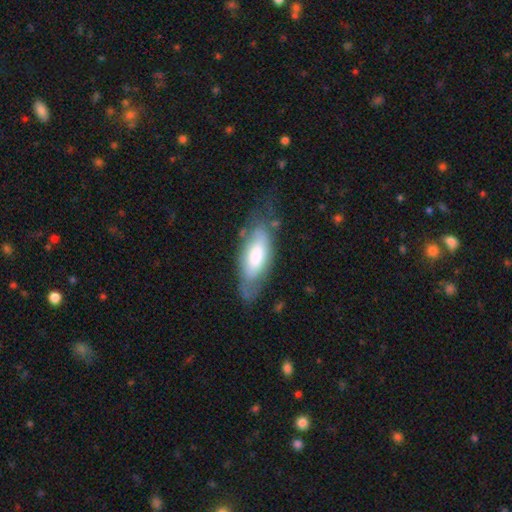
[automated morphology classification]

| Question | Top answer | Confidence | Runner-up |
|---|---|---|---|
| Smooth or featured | smooth | 53% | featured or disk (41%) |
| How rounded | in between | 73% | cigar-shaped (25%) |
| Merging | none | 59% | minor disturbance (27%) |